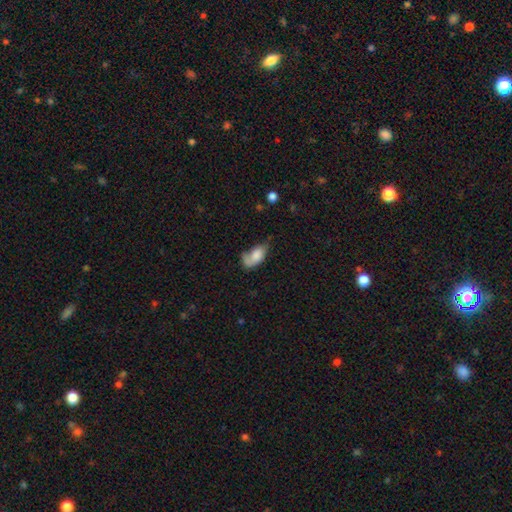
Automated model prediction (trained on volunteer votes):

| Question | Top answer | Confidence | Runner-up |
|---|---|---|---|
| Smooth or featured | smooth | 67% | featured or disk (25%) |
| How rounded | in between | 89% | round (7%) |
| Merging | none | 32% | minor disturbance (28%) |